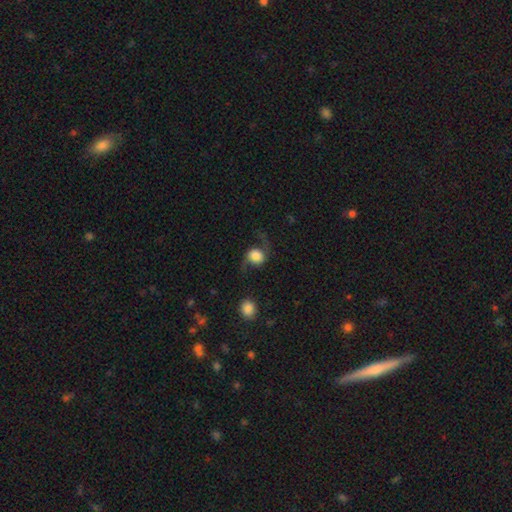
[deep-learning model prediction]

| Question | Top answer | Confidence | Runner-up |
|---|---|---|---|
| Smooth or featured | featured or disk | 49% | smooth (42%) |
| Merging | none | 55% | major disturbance (22%) |